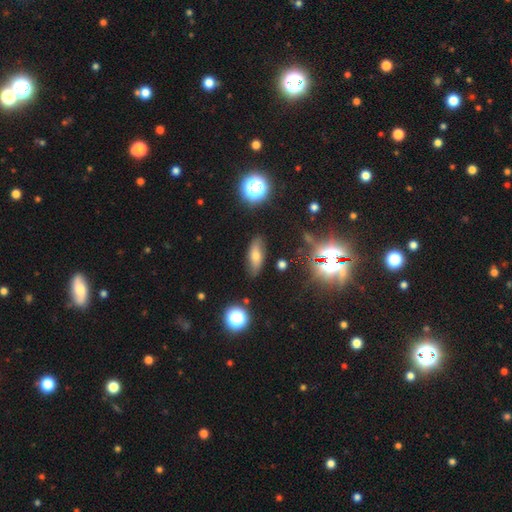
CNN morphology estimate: Smooth or featured: smooth — 56% (featured or disk — 28%)
How rounded: in between — 69% (cigar-shaped — 25%)
Merging: none — 81% (minor disturbance — 14%)